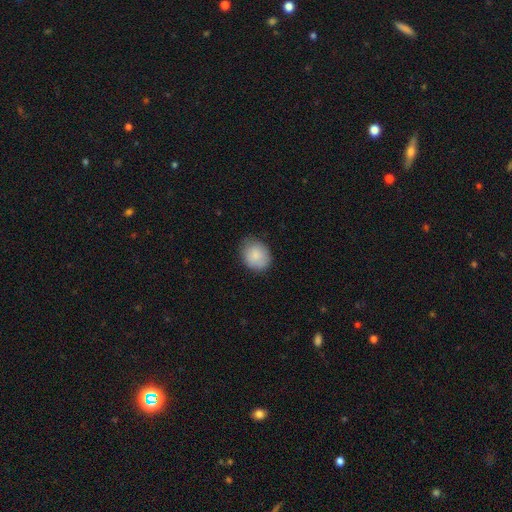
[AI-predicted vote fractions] Q: Smooth or featured?
A: smooth (86%); runner-up: featured or disk (7%)
Q: How rounded?
A: round (55%); runner-up: in between (44%)
Q: Merging?
A: none (74%); runner-up: minor disturbance (21%)